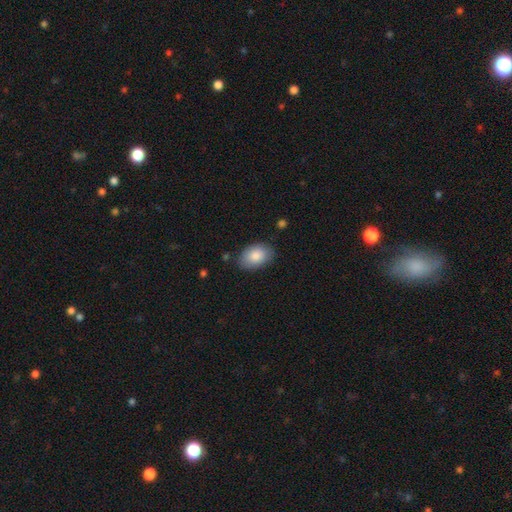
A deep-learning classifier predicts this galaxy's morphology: type=smooth (85%); roundness=in between (88%); merging=none (81%).